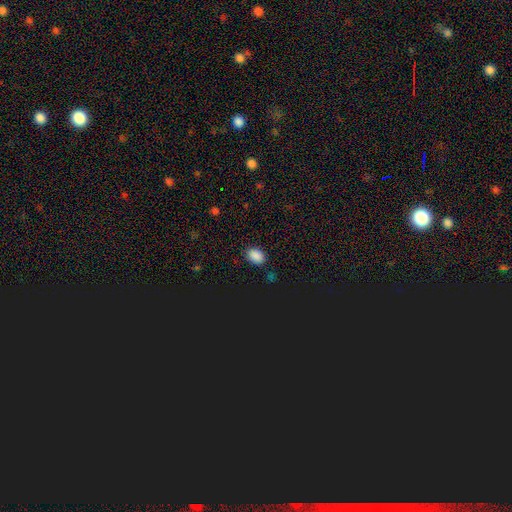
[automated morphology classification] smooth 84%, star or artifact 13%, featured or disk 3%. Down the decision tree: how rounded — in between (80%); merging — none (81%).